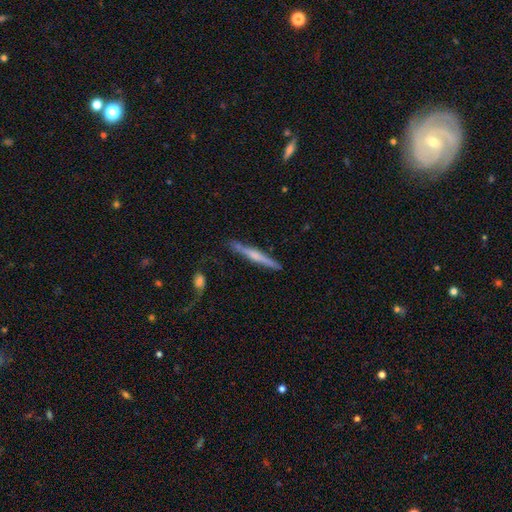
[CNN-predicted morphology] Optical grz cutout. It shows a featured or disk galaxy (61%) viewed edge-on (97%) with a rounded central bulge (57%). Merging: none (81%).